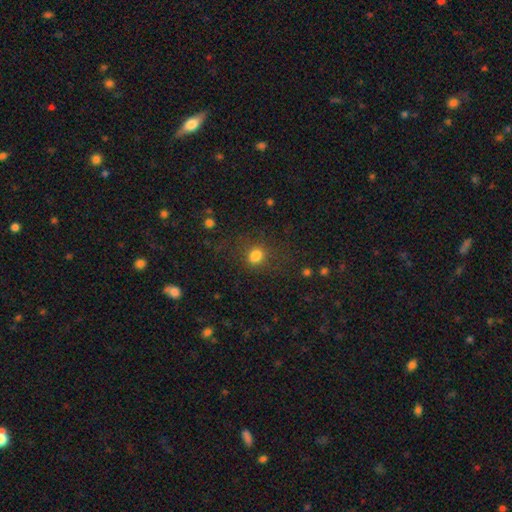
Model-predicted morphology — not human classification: Overall: smooth (79%). How rounded: round (64%; in between 34%). Merging: none (72%).